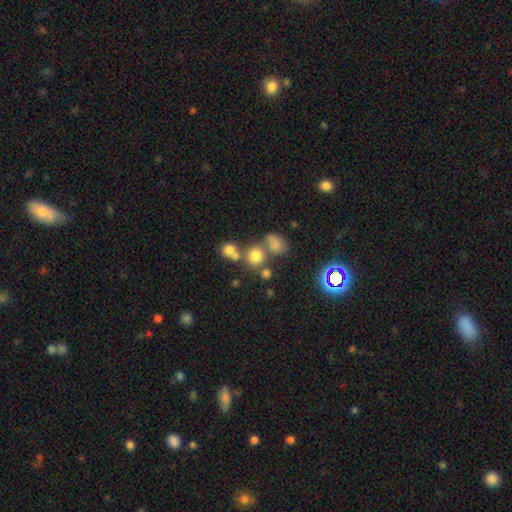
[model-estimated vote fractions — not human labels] This appears to be a smooth galaxy with no disk features (72%) that is round (80%). Merging: none (55%).